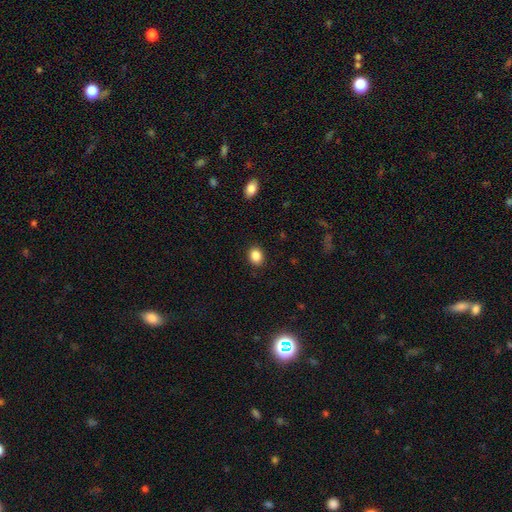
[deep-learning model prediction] smooth-or-featured: smooth: 87% | star or artifact: 9% | featured or disk: 4%
  how-rounded: round: 50% | in between: 49% | cigar-shaped: 1%
  merging: none: 90% | minor disturbance: 7% | major disturbance: 2% | merger: 1%